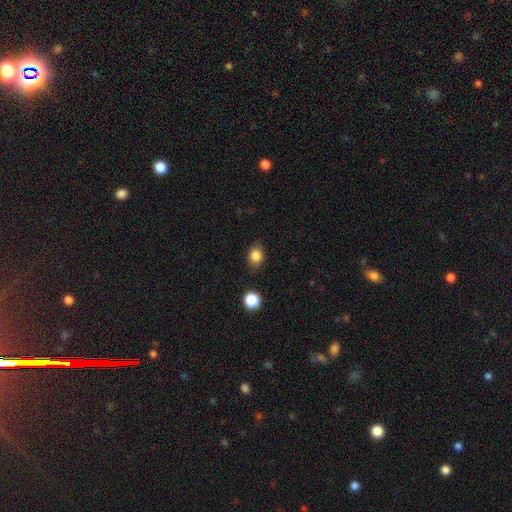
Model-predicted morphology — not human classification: The model was most divided on "how rounded": in between: 52%, round: 47%, cigar-shaped: 1%. More confident: smooth or featured — smooth (83%); merging — none (80%).